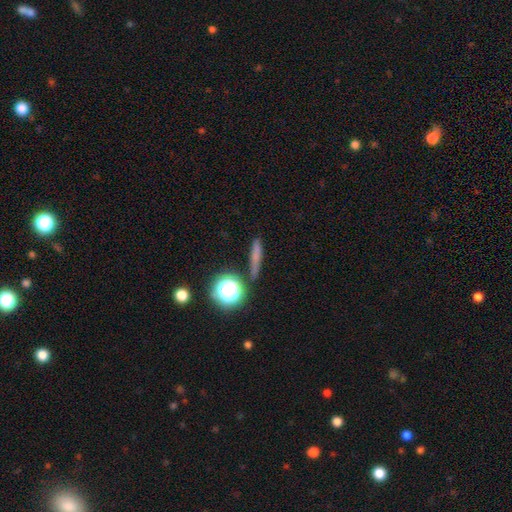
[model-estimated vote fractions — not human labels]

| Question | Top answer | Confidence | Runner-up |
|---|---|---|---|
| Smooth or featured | smooth | 65% | star or artifact (18%) |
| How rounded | cigar-shaped | 78% | round (13%) |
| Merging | none | 83% | minor disturbance (10%) |